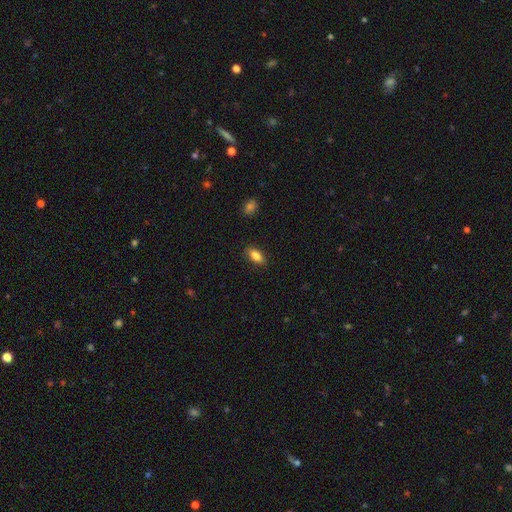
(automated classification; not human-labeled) smooth-or-featured: smooth: 83% | featured or disk: 9% | star or artifact: 8%
  how-rounded: in between: 85% | cigar-shaped: 12% | round: 3%
  merging: none: 87% | minor disturbance: 10% | major disturbance: 2% | merger: 1%